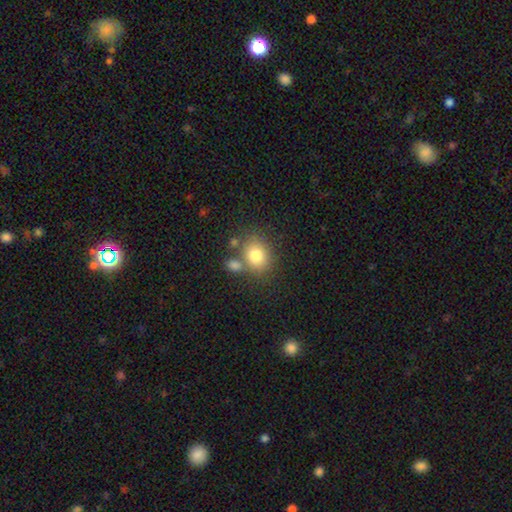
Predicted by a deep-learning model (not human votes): This is likely a smooth galaxy (79%). How rounded: likely round (62%). Merging: likely none (63%).